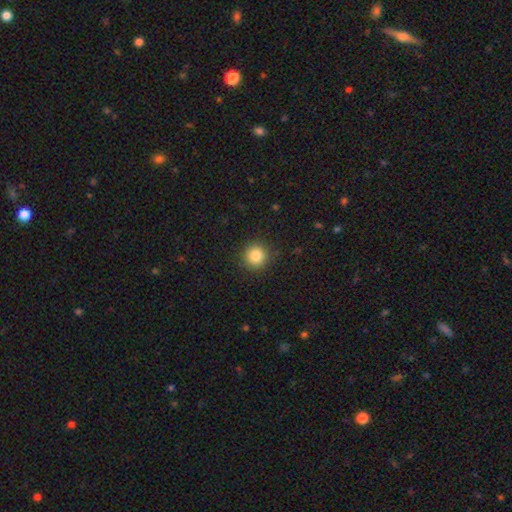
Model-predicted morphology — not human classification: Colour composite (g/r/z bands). It shows a smooth galaxy with no disk features (84%) that is round (94%). Merging: none (91%).